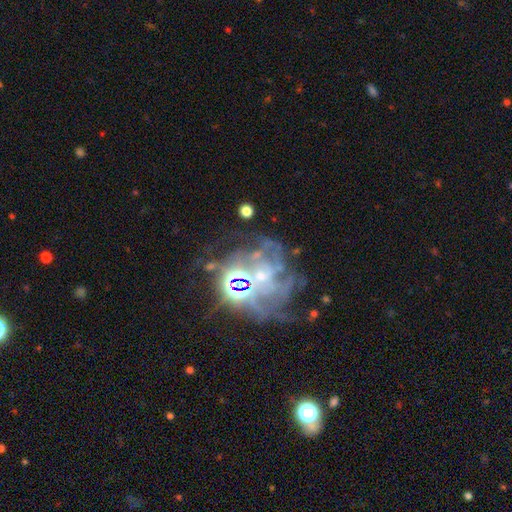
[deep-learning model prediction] A featured or disk galaxy (65%) with no bar (73%), spiral arms (77%) and a small central bulge (56%). Merging: none (44%).